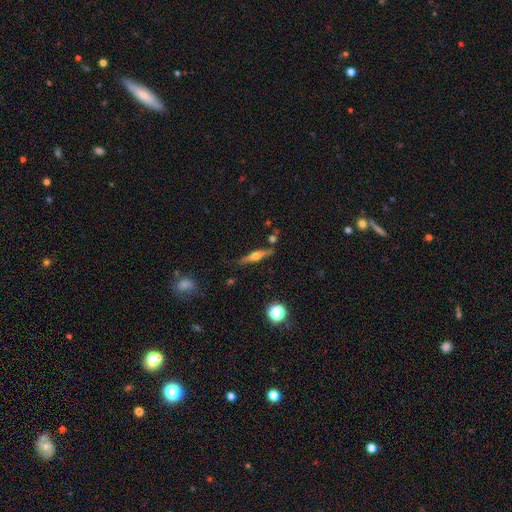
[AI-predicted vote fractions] Q: Smooth or featured?
A: featured or disk (65%); runner-up: smooth (28%)
Q: Edge-on disk?
A: yes (96%); runner-up: no (4%)
Q: Edge-on bulge?
A: rounded (90%); runner-up: boxy (6%)
Q: Merging?
A: none (83%); runner-up: minor disturbance (11%)